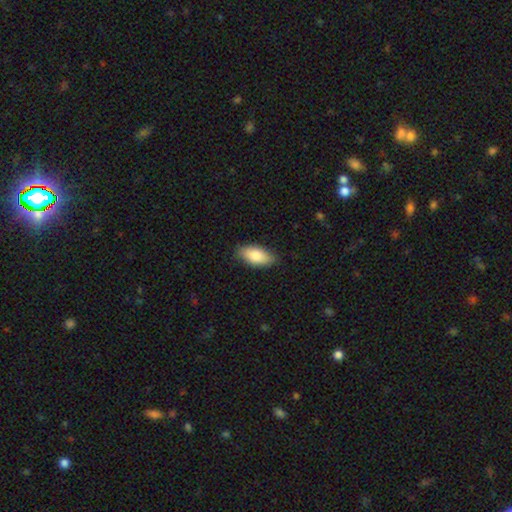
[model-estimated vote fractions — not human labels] Smooth or featured? smooth (80%)
How rounded? in between (89%)
Merging? none (84%)